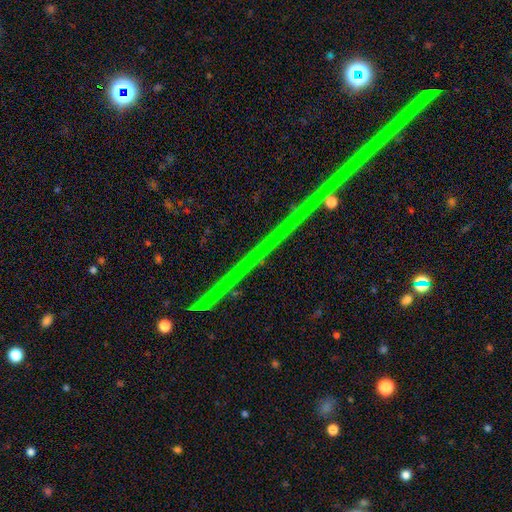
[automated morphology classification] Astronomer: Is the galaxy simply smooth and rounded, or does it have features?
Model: star or artifact — 80%.